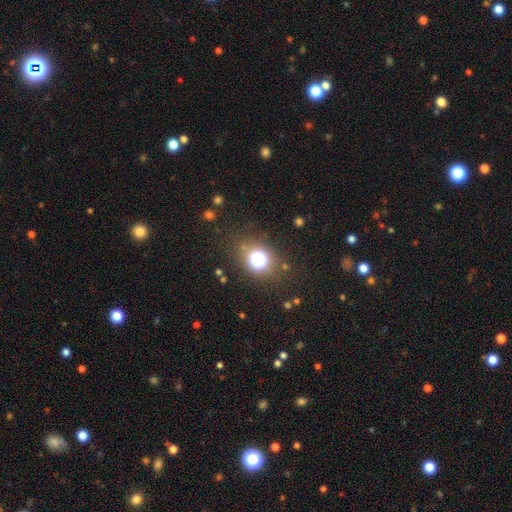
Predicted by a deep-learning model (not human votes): The model was most divided on "smooth or featured": star or artifact: 51%, smooth: 42%, featured or disk: 8%.